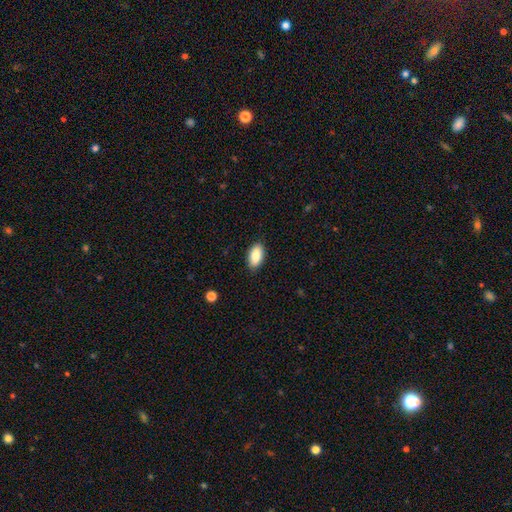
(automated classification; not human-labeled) Q: Smooth or featured?
A: smooth (85%); runner-up: featured or disk (8%)
Q: How rounded?
A: in between (93%); runner-up: cigar-shaped (3%)
Q: Merging?
A: none (87%); runner-up: minor disturbance (10%)